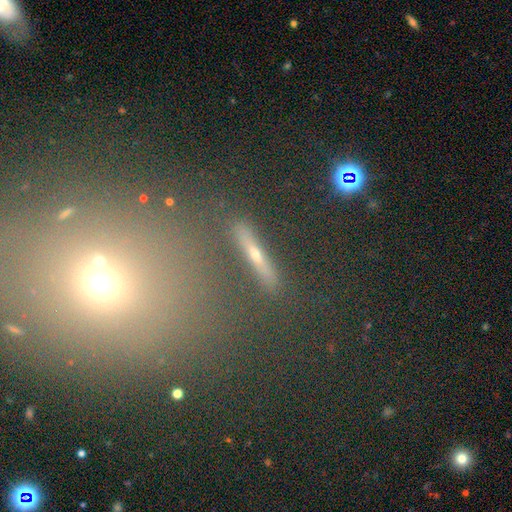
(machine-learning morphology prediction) Q: Smooth or featured?
A: featured or disk (36%); runner-up: smooth (34%)
Q: Merging?
A: none (85%); runner-up: minor disturbance (8%)